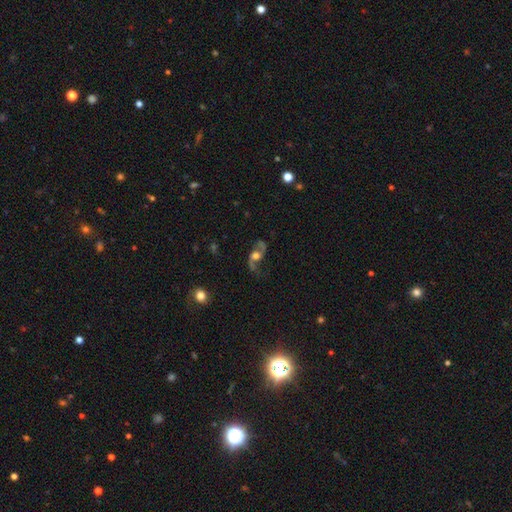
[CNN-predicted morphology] A featured or disk galaxy (83%) with no bar (63%), 2 (93%) loose (78%) spiral arms (94%) and a moderate central bulge (46%). Merging: none (68%).